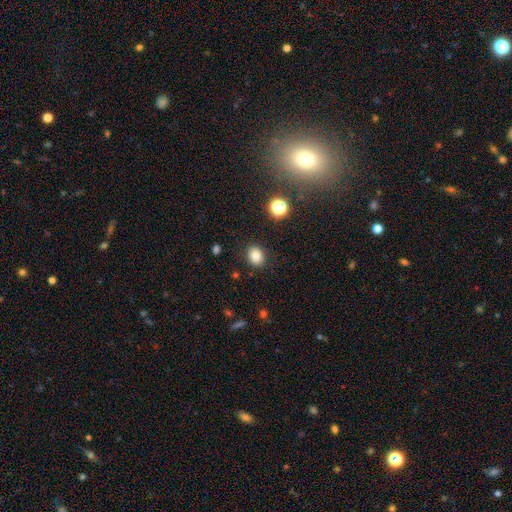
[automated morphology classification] Smooth or featured? smooth (81%)
How rounded? round (51%)
Merging? none (87%)